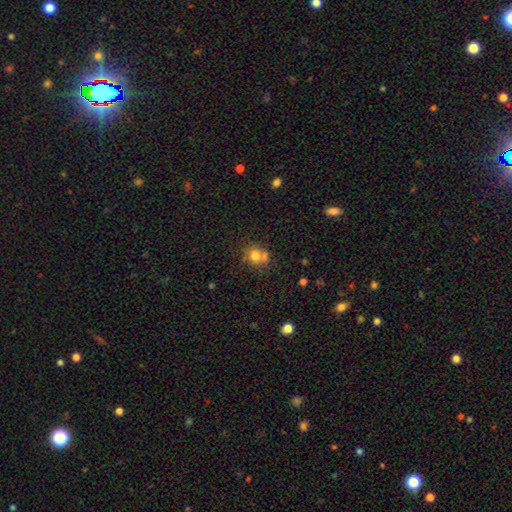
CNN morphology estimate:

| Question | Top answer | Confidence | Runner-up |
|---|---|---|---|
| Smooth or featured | smooth | 75% | star or artifact (13%) |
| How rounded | round | 78% | in between (21%) |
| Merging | none | 47% | merger (36%) |